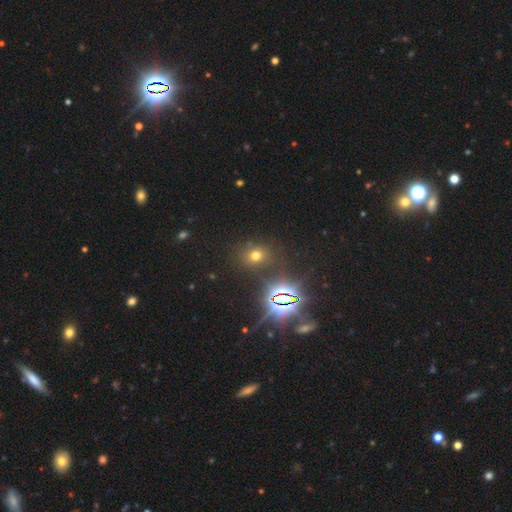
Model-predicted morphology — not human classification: Smooth or featured?
  - smooth: 56% *
  - star or artifact: 35%
  - featured or disk: 9%
How rounded?
  - round: 67% *
  - in between: 32%
  - cigar-shaped: 1%
Merging?
  - none: 81% *
  - minor disturbance: 10%
  - major disturbance: 5%
  - merger: 4%